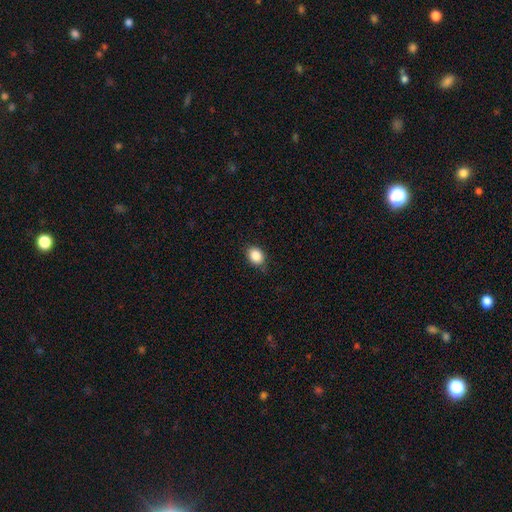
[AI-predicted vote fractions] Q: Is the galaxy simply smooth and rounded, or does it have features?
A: smooth — 88%.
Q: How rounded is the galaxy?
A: in between — 60%.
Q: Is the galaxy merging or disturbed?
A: none — 84%.